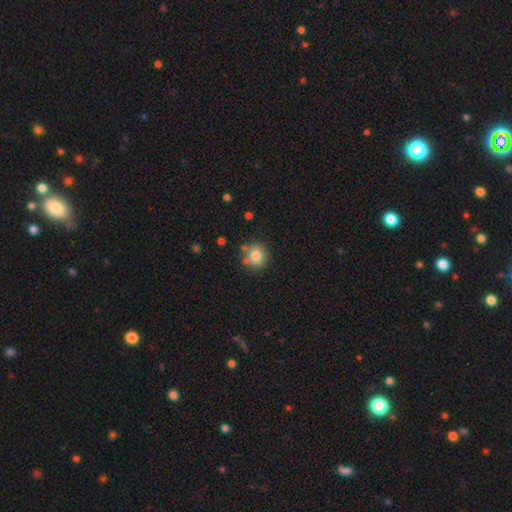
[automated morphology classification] Q: Smooth or featured?
A: smooth (81%); runner-up: star or artifact (11%)
Q: How rounded?
A: round (87%); runner-up: in between (12%)
Q: Merging?
A: none (76%); runner-up: minor disturbance (12%)